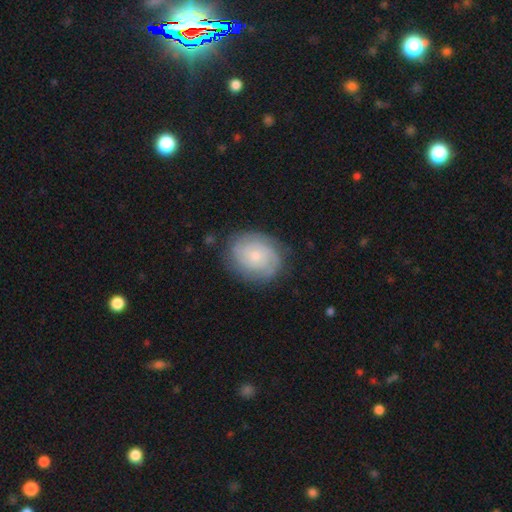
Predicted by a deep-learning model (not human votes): Overall: featured or disk (73%). Edge-on disk: no (98%). Bar: no (77%). Spiral arms: yes (94%). Spiral arm count: 2 (35%; can't tell 31%). Spiral winding: tight (75%). Bulge size: small (65%; moderate 28%). Merging: none (81%).